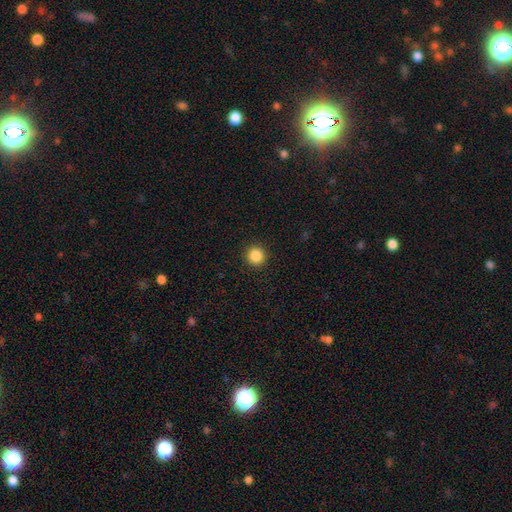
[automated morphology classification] Smooth or featured? smooth (87%)
How rounded? round (95%)
Merging? none (93%)